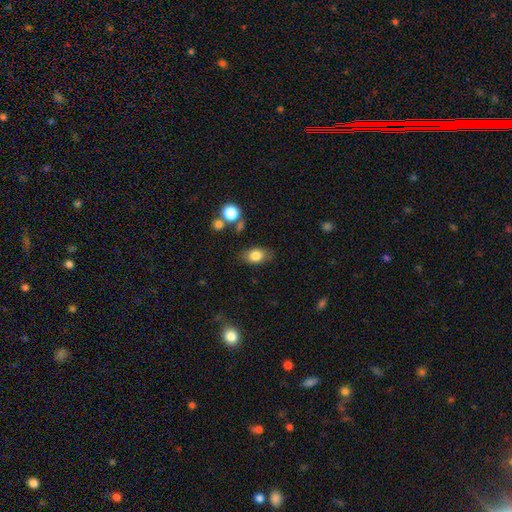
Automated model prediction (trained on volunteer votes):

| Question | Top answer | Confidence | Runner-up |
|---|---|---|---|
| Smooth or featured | smooth | 81% | featured or disk (10%) |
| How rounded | in between | 82% | round (16%) |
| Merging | none | 78% | minor disturbance (15%) |